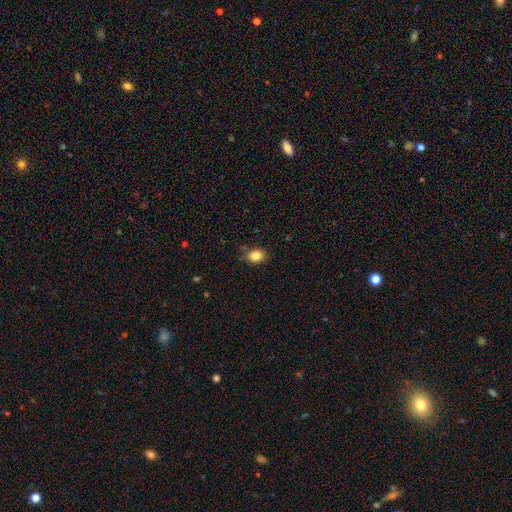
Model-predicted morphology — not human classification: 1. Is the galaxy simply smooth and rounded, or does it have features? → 85% smooth, 10% star or artifact, 6% featured or disk.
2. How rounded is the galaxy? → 63% in between, 36% round, 1% cigar-shaped.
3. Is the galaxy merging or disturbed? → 80% none, 15% minor disturbance, 3% major disturbance, 2% merger.